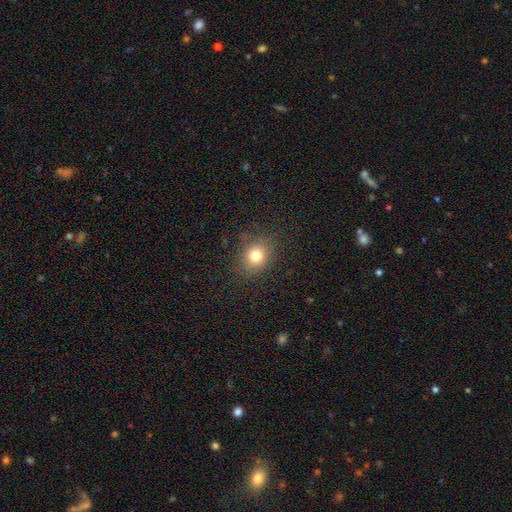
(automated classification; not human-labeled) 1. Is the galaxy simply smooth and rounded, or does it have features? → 77% smooth, 14% star or artifact, 9% featured or disk.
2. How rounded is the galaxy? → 60% round, 39% in between, 1% cigar-shaped.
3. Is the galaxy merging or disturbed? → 84% none, 11% minor disturbance, 4% major disturbance, 1% merger.